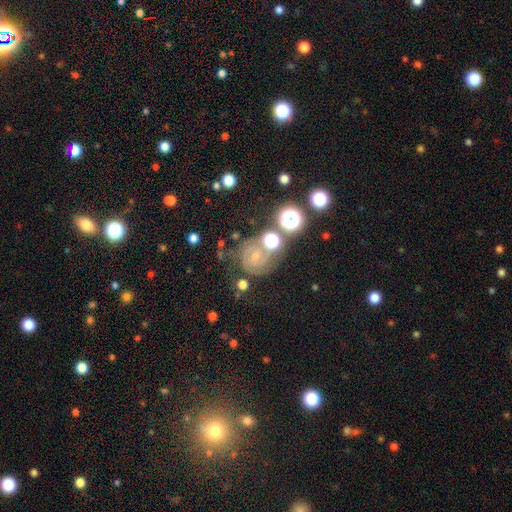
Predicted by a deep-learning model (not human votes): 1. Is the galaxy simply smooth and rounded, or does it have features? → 68% featured or disk, 17% star or artifact, 16% smooth.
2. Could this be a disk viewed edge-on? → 98% no, 2% yes.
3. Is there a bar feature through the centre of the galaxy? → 67% no, 26% weak, 7% strong.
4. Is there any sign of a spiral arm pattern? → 94% yes, 6% no.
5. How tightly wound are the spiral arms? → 68% tight, 27% medium, 5% loose.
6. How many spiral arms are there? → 59% 2, 17% can't tell, 14% 3, 4% 1, 3% 4, 3% more than 4.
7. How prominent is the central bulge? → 64% small, 26% moderate, 6% none, 2% large, 1% dominant.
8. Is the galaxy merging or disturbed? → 63% none, 17% minor disturbance, 10% merger, 10% major disturbance.